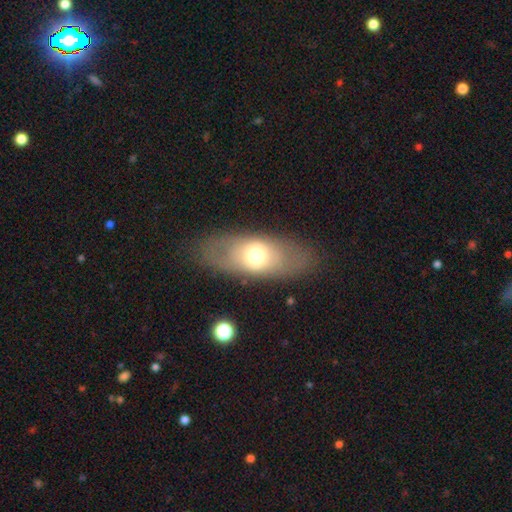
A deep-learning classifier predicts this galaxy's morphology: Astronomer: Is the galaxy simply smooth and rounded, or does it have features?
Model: smooth — 55% (runner-up: featured or disk, 37%).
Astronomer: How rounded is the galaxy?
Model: in between — 82%.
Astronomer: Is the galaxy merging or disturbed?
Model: none — 81%.